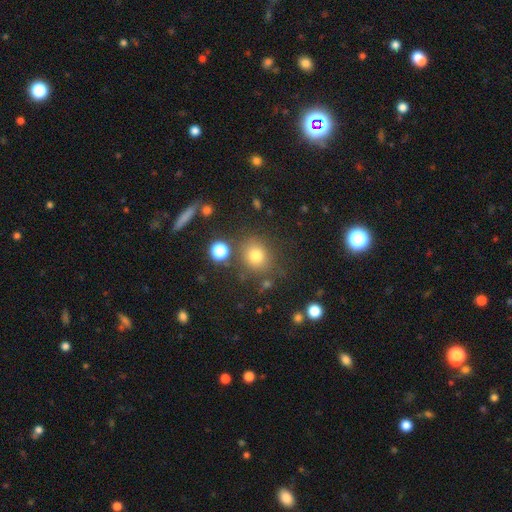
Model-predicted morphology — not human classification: Q: Smooth or featured?
A: smooth (75%); runner-up: star or artifact (16%)
Q: How rounded?
A: round (77%); runner-up: in between (22%)
Q: Merging?
A: none (78%); runner-up: minor disturbance (11%)